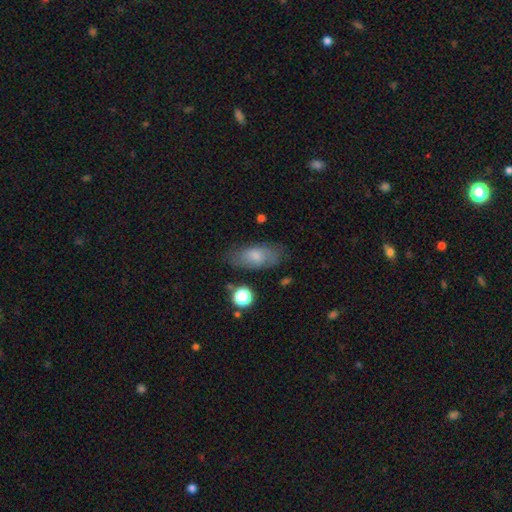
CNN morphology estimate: smooth 70%, featured or disk 22%, star or artifact 8%. Down the decision tree: how rounded — in between (86%); merging — none (71%).